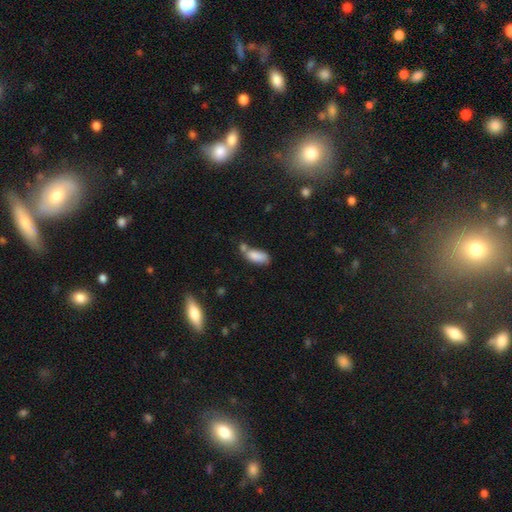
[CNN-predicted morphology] smooth 83%, featured or disk 9%, star or artifact 8%. Down the decision tree: how rounded — in between (83%); merging — none (40%).